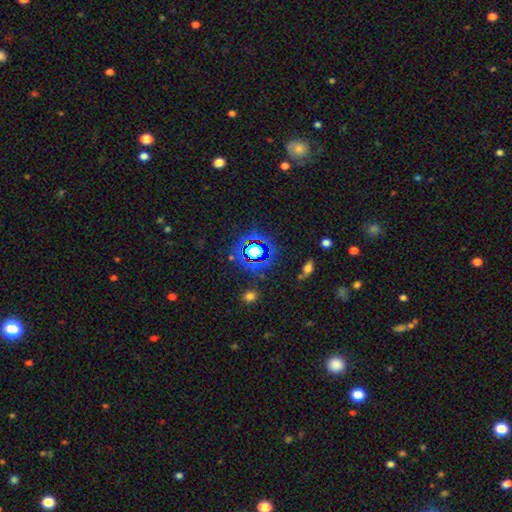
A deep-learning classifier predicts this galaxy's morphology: star or artifact 72%, smooth 18%, featured or disk 10%.